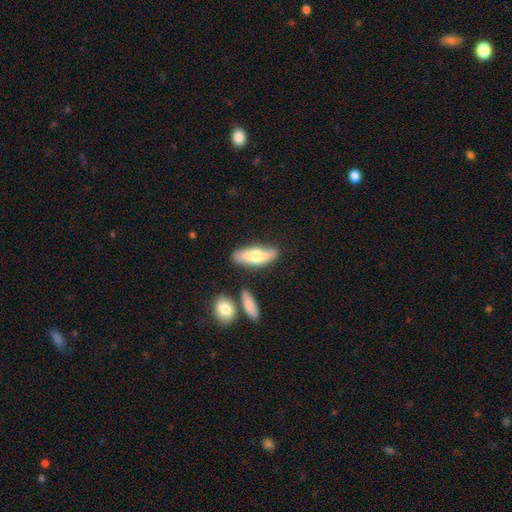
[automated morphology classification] A smooth galaxy with no disk features (61%) that is in between round and cigar-shaped (49%, tied with cigar-shaped).

Vote fractions:
- Smooth or featured? smooth: 61% / featured or disk: 33% / star or artifact: 6%
- How rounded? in between: 49% (tied) / cigar-shaped: 49% (tied) / round: 2%
- Merging? none: 73% / minor disturbance: 16% / merger: 6% / major disturbance: 4%